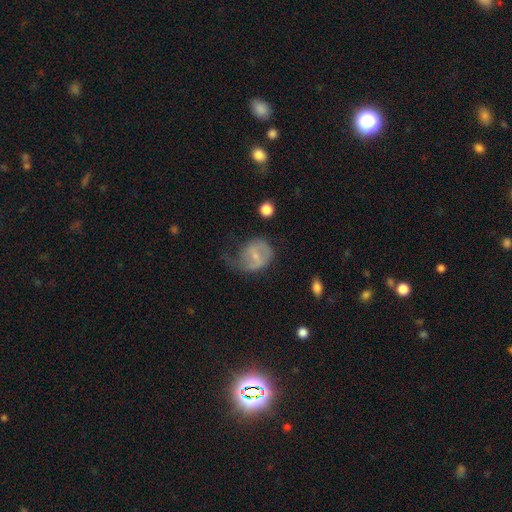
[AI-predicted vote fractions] Morphology: type=featured or disk (52%); edge-on=no (96%); merging=major disturbance (35%).